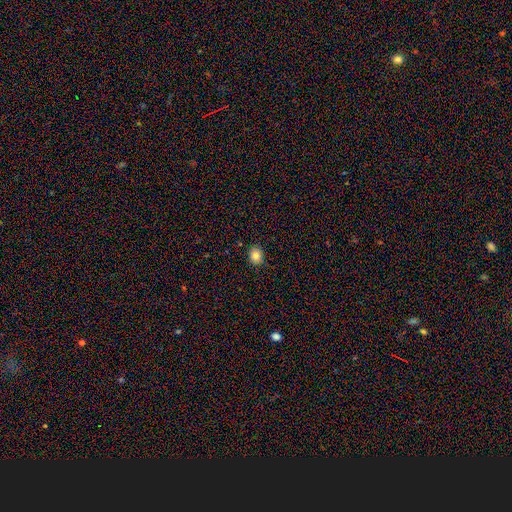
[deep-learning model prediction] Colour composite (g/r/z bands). It shows a smooth galaxy with no disk features (83%) that is round (63%). Merging: none (88%).